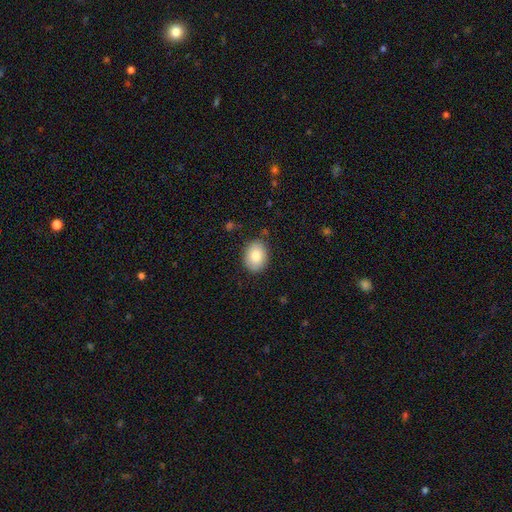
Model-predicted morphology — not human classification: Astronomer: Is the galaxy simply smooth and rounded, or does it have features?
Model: smooth — 83%.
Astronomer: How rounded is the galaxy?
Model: in between — 66%.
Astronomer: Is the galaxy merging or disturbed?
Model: none — 85%.